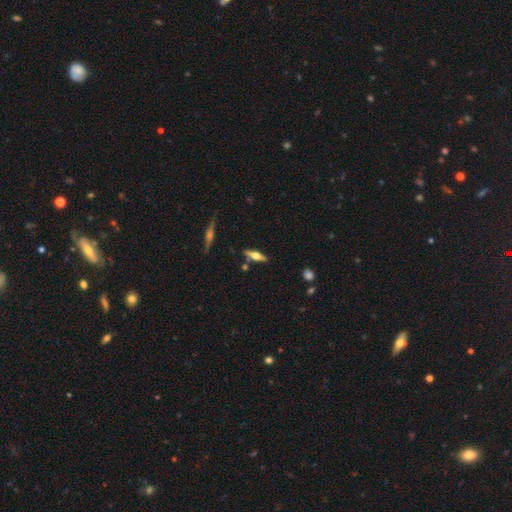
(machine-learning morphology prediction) The model was most divided on "smooth or featured": featured or disk: 60%, smooth: 33%, star or artifact: 7%. More confident: edge-on disk — yes (94%); edge-on bulge — rounded (93%); merging — none (81%).